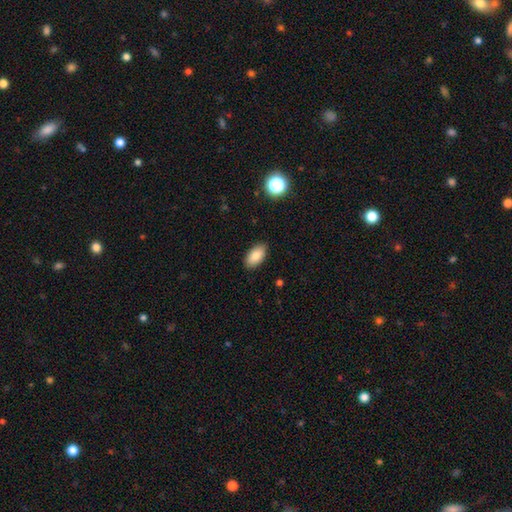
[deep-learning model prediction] smooth 85%, star or artifact 8%, featured or disk 7%. Down the decision tree: how rounded — in between (94%); merging — none (88%).